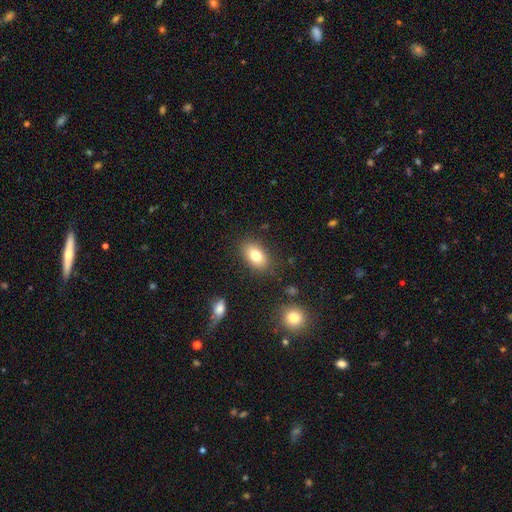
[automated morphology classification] type=smooth (79%); roundness=in between (88%); merging=none (85%).